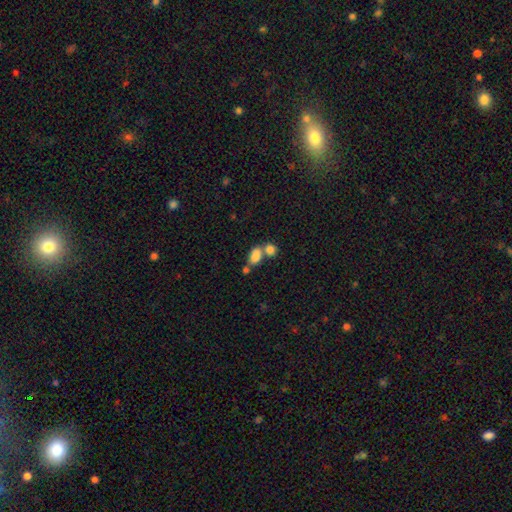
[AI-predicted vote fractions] Morphology: type=smooth (82%); roundness=in between (85%); merging=merger (53%).